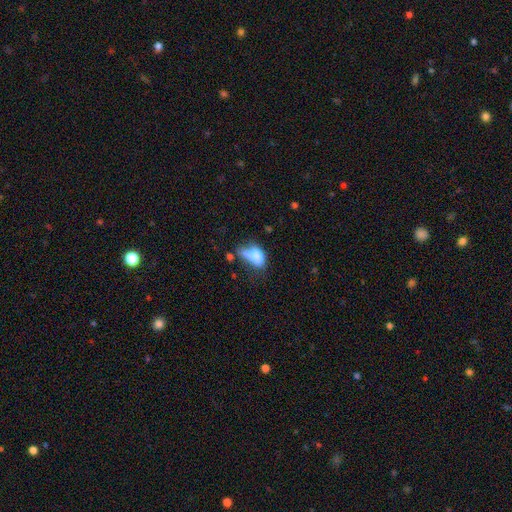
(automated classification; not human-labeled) Smooth or featured? smooth (70%)
How rounded? in between (84%)
Merging? major disturbance (29%)